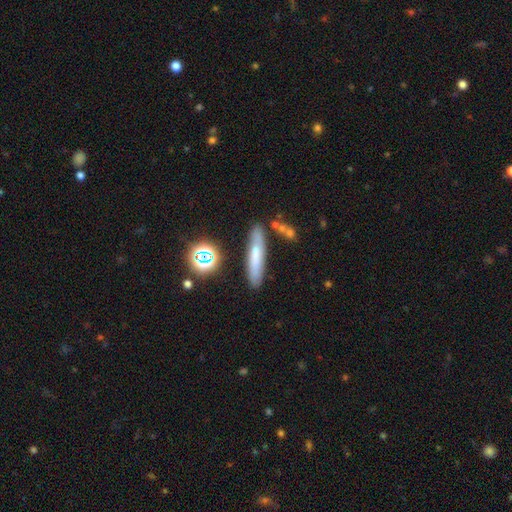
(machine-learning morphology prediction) type=smooth (60%); roundness=cigar-shaped (83%); merging=none (81%).